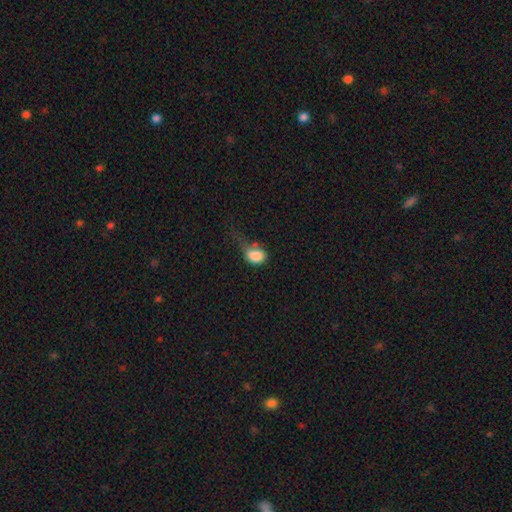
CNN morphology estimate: Smooth or featured: smooth — 80% (featured or disk — 11%)
How rounded: in between — 59% (round — 40%)
Merging: major disturbance — 41% (minor disturbance — 26%)